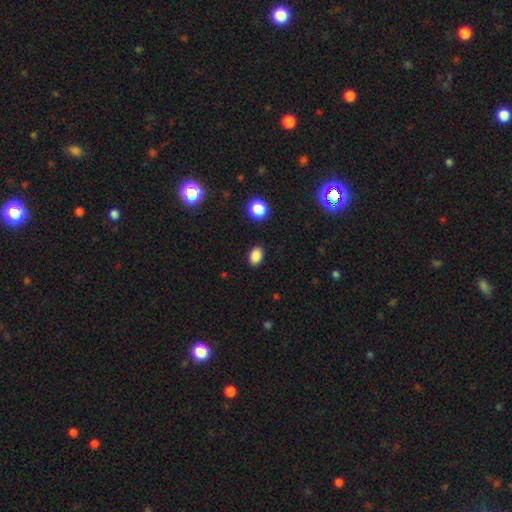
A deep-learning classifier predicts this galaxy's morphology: Smooth or featured? smooth (86%)
How rounded? in between (79%)
Merging? none (89%)